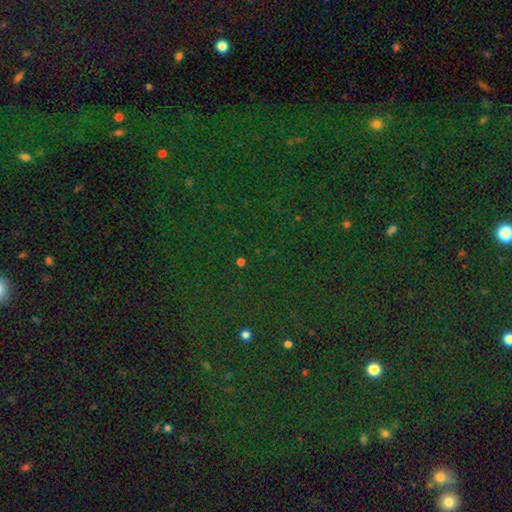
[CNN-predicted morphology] A star or artifact, not a galaxy (80%).